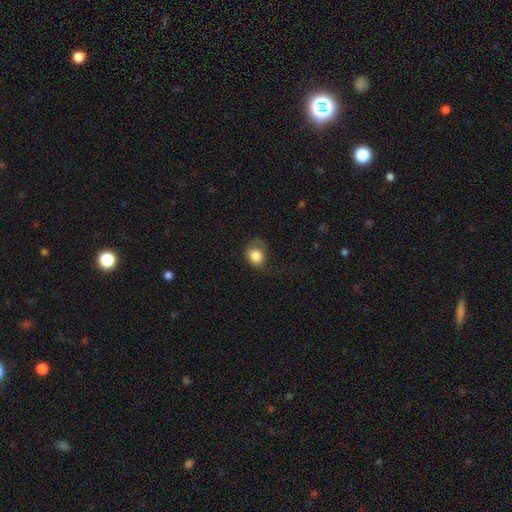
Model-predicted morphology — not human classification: A smooth galaxy with no disk features (82%) that is round (58%).

Vote fractions:
- Smooth or featured? smooth: 82% / featured or disk: 9% / star or artifact: 8%
- How rounded? round: 58% / in between: 41% / cigar-shaped: 1%
- Merging? none: 42% / minor disturbance: 31% / major disturbance: 25% / merger: 2%